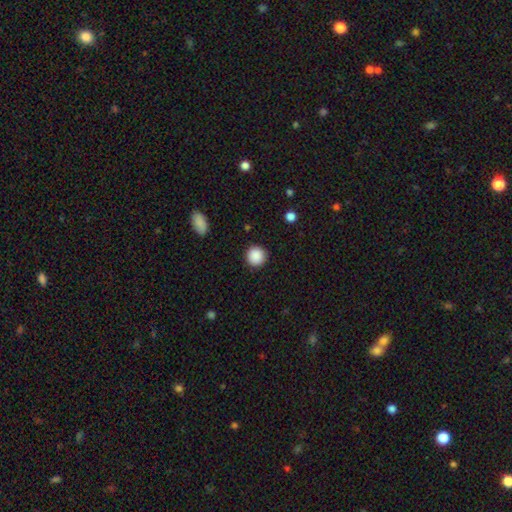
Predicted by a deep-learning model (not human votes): smooth_or_featured: smooth (p=0.89) [alt: star or artifact p=0.08]
how_rounded: round (p=0.95) [alt: in between p=0.04]
merging: none (p=0.92) [alt: minor disturbance p=0.05]